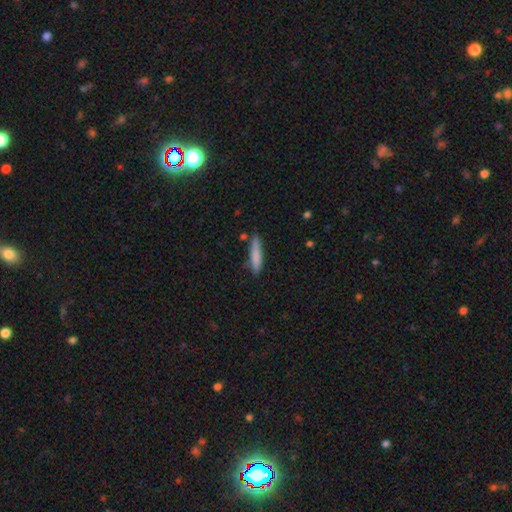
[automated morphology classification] This is likely a smooth galaxy (79%). How rounded: clearly cigar-shaped (87%). Merging: likely none (78%).